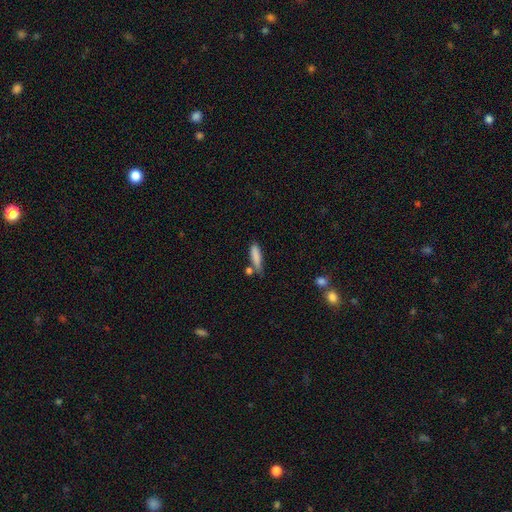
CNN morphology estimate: Smooth or featured: smooth — 84% (featured or disk — 9%)
How rounded: cigar-shaped — 68% (in between — 30%)
Merging: none — 57% (minor disturbance — 23%)